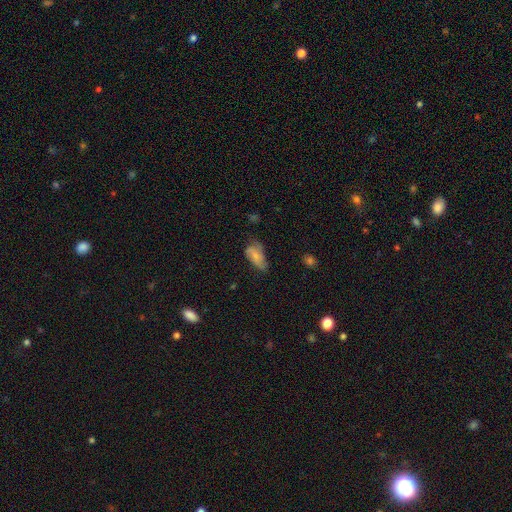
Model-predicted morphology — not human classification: smooth_or_featured: smooth (p=0.57) [alt: featured or disk p=0.35]
how_rounded: in between (p=0.89) [alt: cigar-shaped p=0.07]
merging: none (p=0.43) [alt: minor disturbance p=0.35]